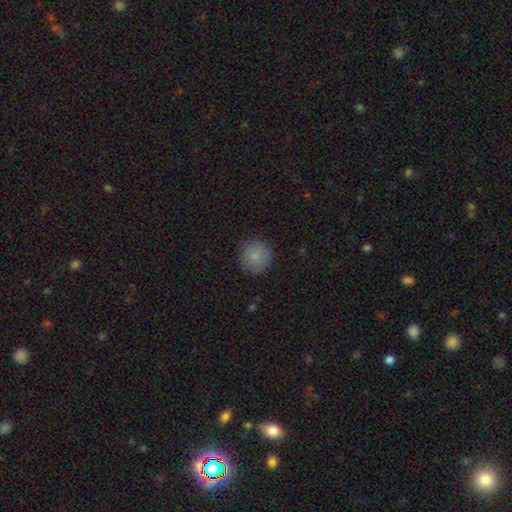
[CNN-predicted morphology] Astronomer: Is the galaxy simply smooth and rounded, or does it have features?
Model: smooth — 85%.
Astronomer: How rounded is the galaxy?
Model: round — 94%.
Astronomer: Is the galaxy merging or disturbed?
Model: none — 88%.